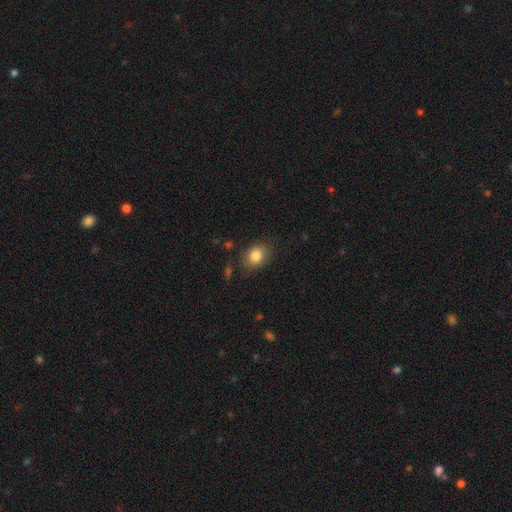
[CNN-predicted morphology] This appears to be a smooth galaxy with no disk features (83%) that is in between round and cigar-shaped (59%). Merging: none (79%).